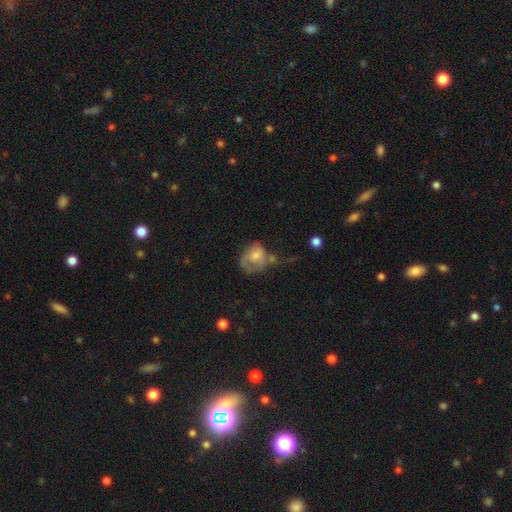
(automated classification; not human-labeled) This appears to be a smooth galaxy with no disk features (58%) that is in between round and cigar-shaped (56%). Merging: major disturbance (35%).